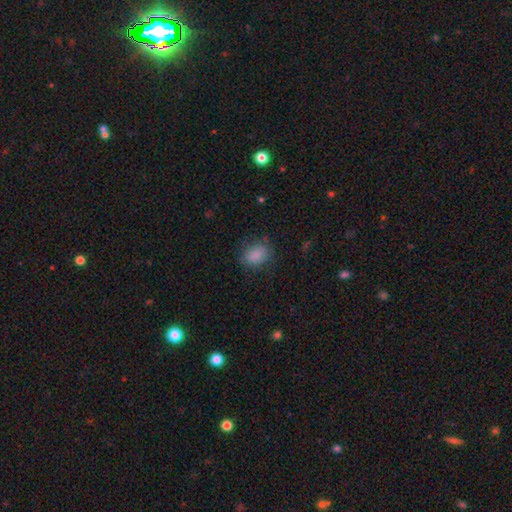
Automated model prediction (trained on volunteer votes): smooth-or-featured: smooth: 86% | star or artifact: 9% | featured or disk: 5%
  how-rounded: in between: 65% | round: 34% | cigar-shaped: 1%
  merging: none: 77% | minor disturbance: 16% | major disturbance: 5% | merger: 1%